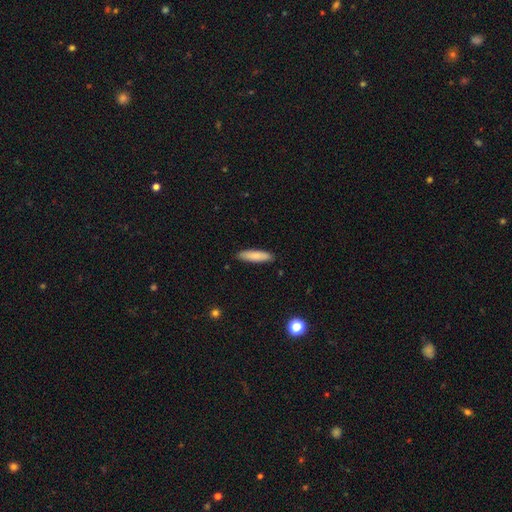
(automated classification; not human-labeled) smooth 82%, featured or disk 12%, star or artifact 6%. Down the decision tree: how rounded — cigar-shaped (71%); merging — none (88%).